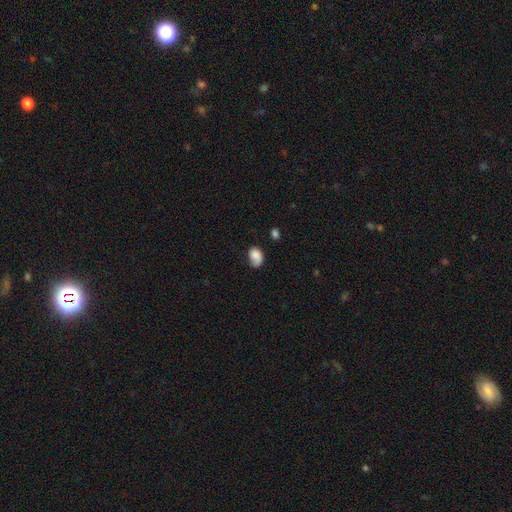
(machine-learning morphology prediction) smooth-or-featured: smooth: 78% | featured or disk: 15% | star or artifact: 8%
  how-rounded: in between: 79% | round: 20% | cigar-shaped: 1%
  merging: none: 47% | minor disturbance: 33% | major disturbance: 16% | merger: 4%